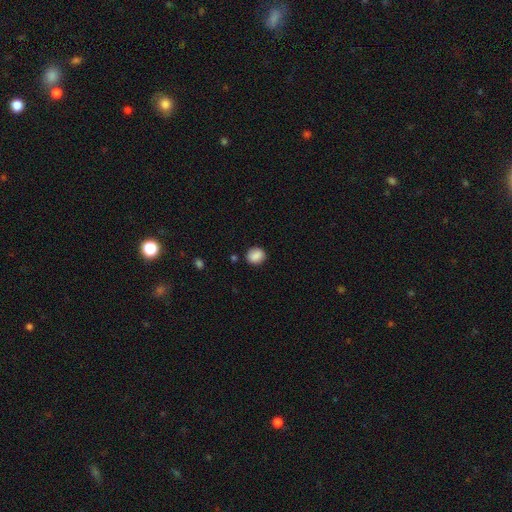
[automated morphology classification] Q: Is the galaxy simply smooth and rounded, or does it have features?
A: smooth — 88%.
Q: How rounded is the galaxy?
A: round — 65%.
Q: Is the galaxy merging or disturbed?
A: none — 85%.